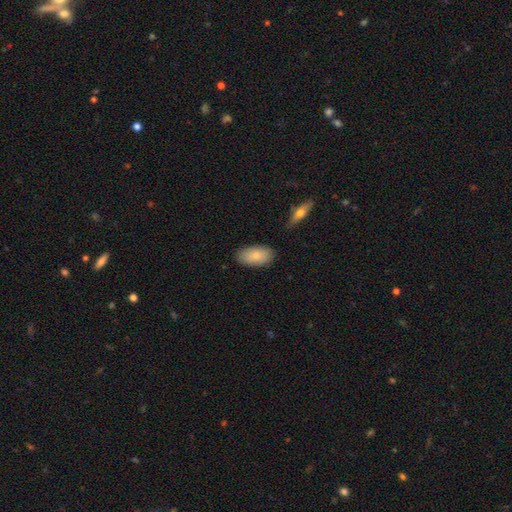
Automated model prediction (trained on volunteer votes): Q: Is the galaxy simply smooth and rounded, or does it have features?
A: smooth — 83%.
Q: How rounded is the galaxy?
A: in between — 94%.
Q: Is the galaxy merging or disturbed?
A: none — 84%.